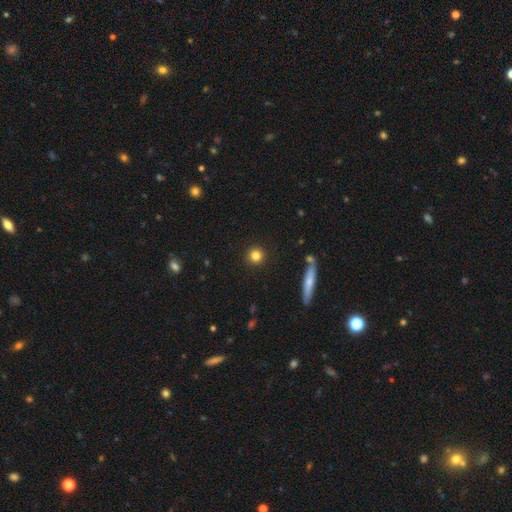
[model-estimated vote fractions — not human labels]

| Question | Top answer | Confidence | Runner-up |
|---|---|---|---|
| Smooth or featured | smooth | 82% | star or artifact (11%) |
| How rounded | round | 93% | in between (5%) |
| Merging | none | 91% | minor disturbance (5%) |